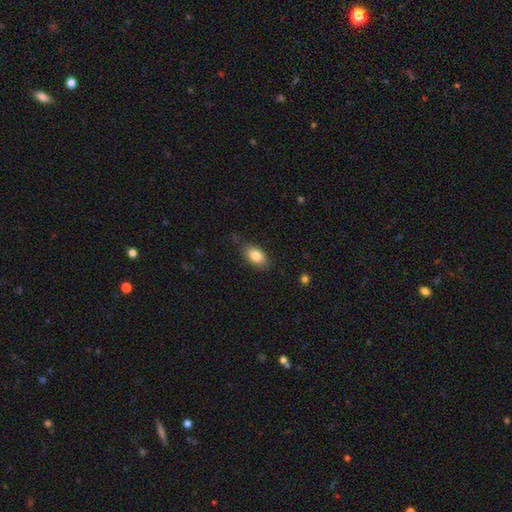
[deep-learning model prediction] Smooth or featured? smooth (83%)
How rounded? in between (91%)
Merging? none (77%)